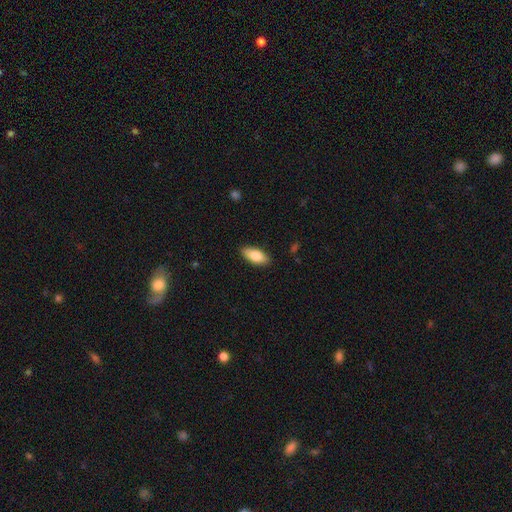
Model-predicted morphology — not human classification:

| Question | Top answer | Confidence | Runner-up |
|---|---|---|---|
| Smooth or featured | smooth | 81% | featured or disk (13%) |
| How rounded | in between | 86% | cigar-shaped (11%) |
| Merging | none | 88% | minor disturbance (9%) |